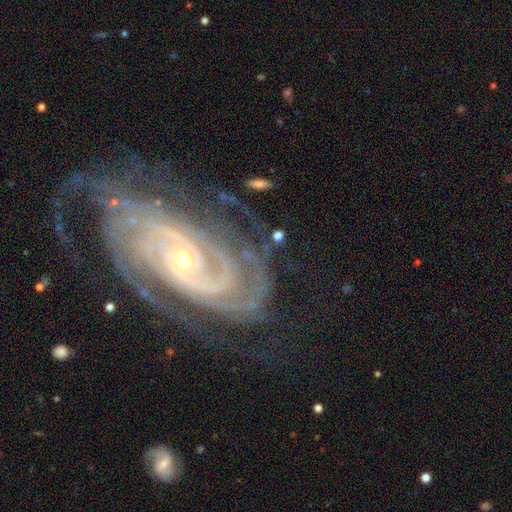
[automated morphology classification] Smooth or featured? Predicted: featured or disk (p=0.91). Edge-on disk? Predicted: no (p=0.96). Bar? Predicted: no (p=0.65). Spiral arms? Predicted: yes (p=0.98). Spiral winding? Predicted: tight (p=0.71). Spiral arm count? Predicted: 2 (p=0.35). Bulge size? Predicted: small (p=0.74). Merging? Predicted: none (p=0.64).